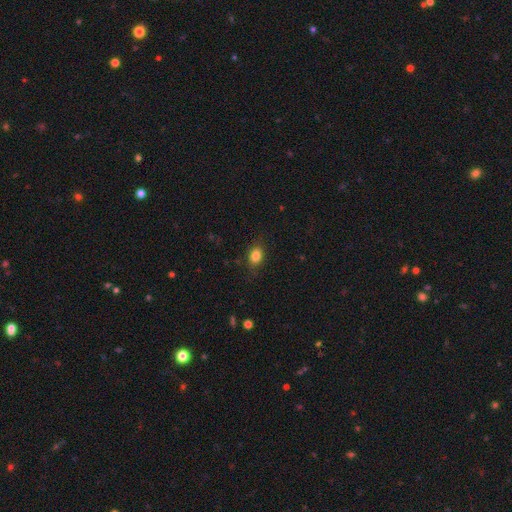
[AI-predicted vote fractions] A smooth galaxy with no disk features (84%) that is in between round and cigar-shaped (70%). Merging: none (83%).